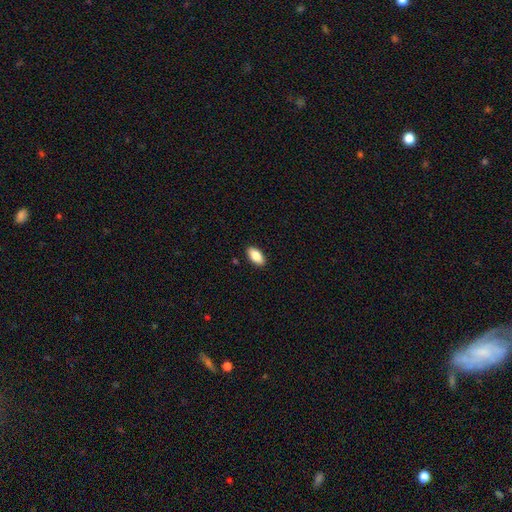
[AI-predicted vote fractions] The model was most divided on "smooth or featured": smooth: 85%, featured or disk: 9%, star or artifact: 7%. More confident: how rounded — in between (92%); merging — none (90%).